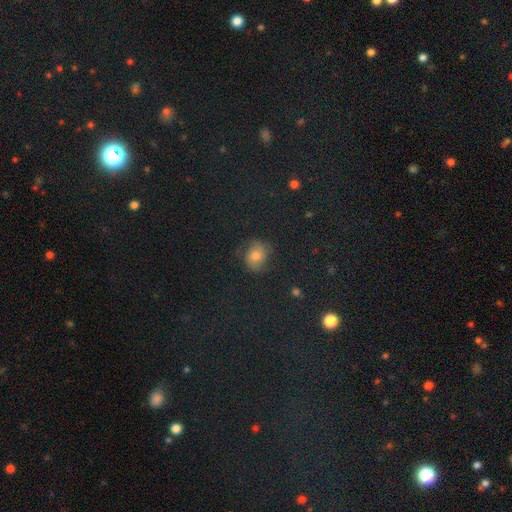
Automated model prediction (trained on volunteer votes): Morphology: type=smooth (50%); merging=none (75%).